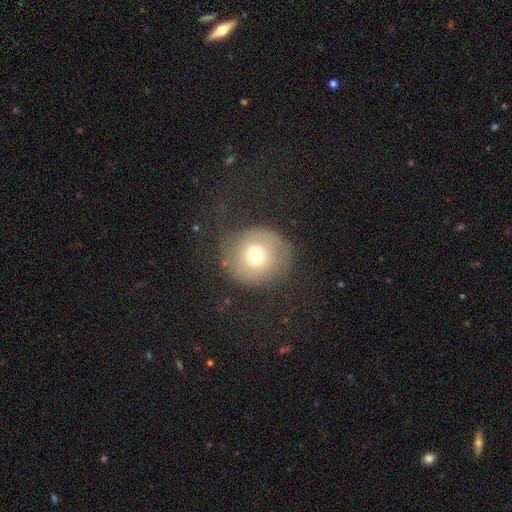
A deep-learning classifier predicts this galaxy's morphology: The model was most divided on "smooth or featured": smooth: 63%, featured or disk: 25%, star or artifact: 12%. More confident: how rounded — round (89%); merging — none (61%).